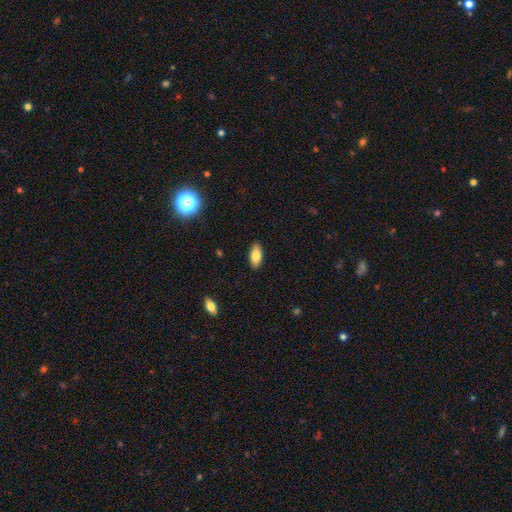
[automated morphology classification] The model was most divided on "smooth or featured": smooth: 81%, featured or disk: 12%, star or artifact: 7%. More confident: merging — none (89%); how rounded — in between (88%).